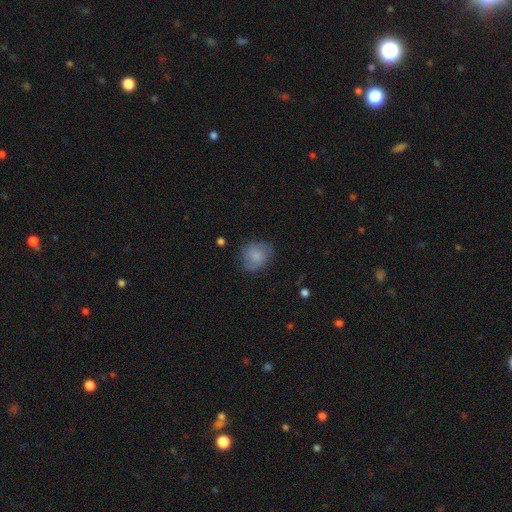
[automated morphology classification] smooth-or-featured: smooth: 67% | featured or disk: 25% | star or artifact: 8%
  how-rounded: round: 71% | in between: 28% | cigar-shaped: 1%
  merging: none: 71% | minor disturbance: 21% | major disturbance: 7% | merger: 1%